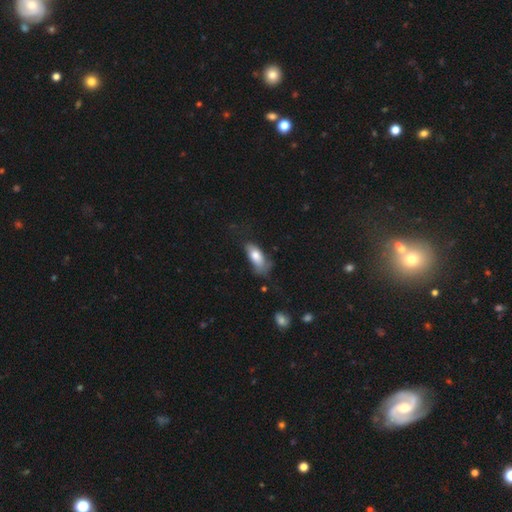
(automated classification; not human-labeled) Smooth or featured? smooth (76%)
How rounded? in between (86%)
Merging? none (44%)